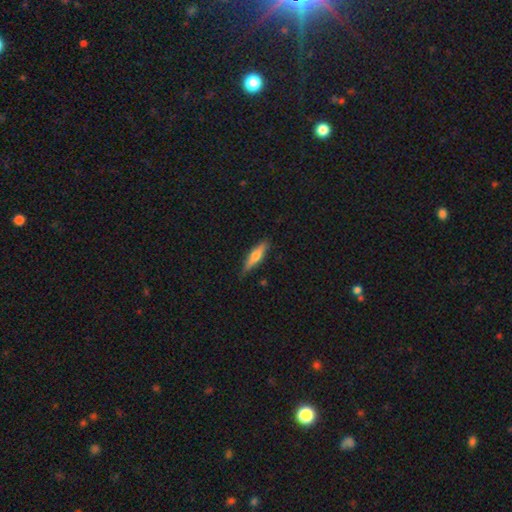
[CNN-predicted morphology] type=smooth (53%); roundness=cigar-shaped (77%); merging=none (82%).